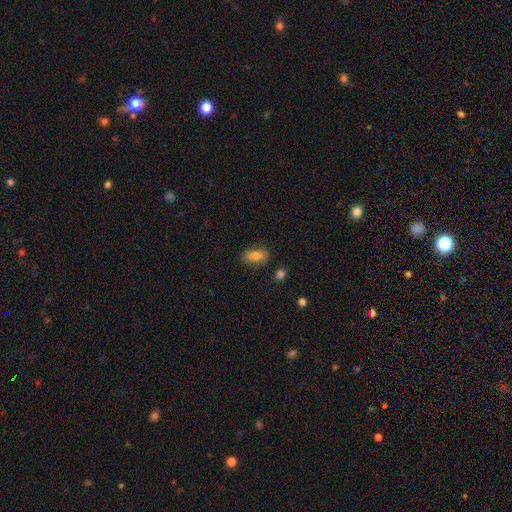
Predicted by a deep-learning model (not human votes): A smooth galaxy with no disk features (80%) that is in between round and cigar-shaped (87%). Merging: none (82%).